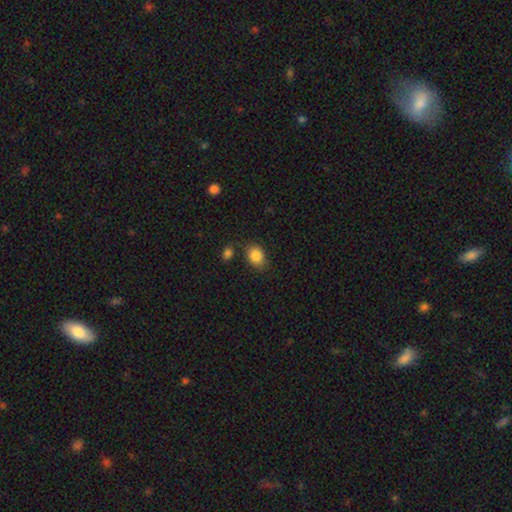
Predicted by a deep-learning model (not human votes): Q: Smooth or featured?
A: smooth (86%); runner-up: star or artifact (9%)
Q: How rounded?
A: in between (62%); runner-up: round (37%)
Q: Merging?
A: none (73%); runner-up: minor disturbance (16%)